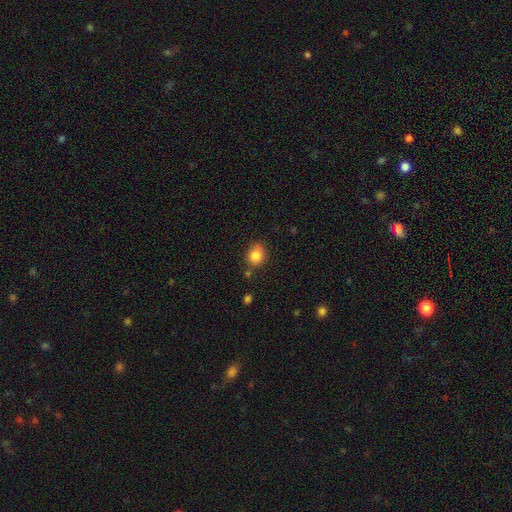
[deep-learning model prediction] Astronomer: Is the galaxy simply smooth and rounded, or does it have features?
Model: smooth — 83%.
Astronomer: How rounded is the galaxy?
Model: round — 68%.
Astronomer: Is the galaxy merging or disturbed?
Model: none — 72%.